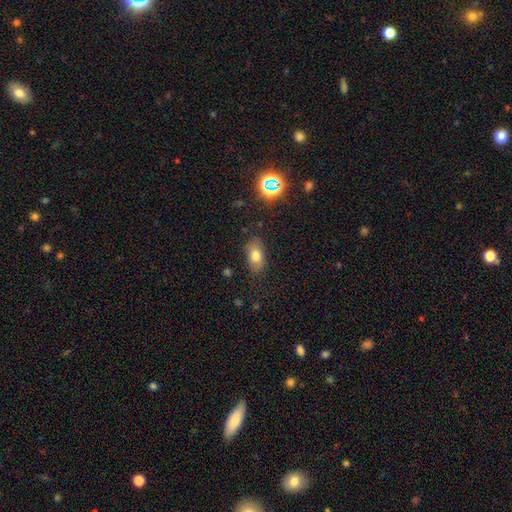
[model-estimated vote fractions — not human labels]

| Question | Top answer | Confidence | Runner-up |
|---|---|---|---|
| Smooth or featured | smooth | 75% | featured or disk (13%) |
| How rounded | in between | 87% | round (10%) |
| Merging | none | 79% | minor disturbance (15%) |